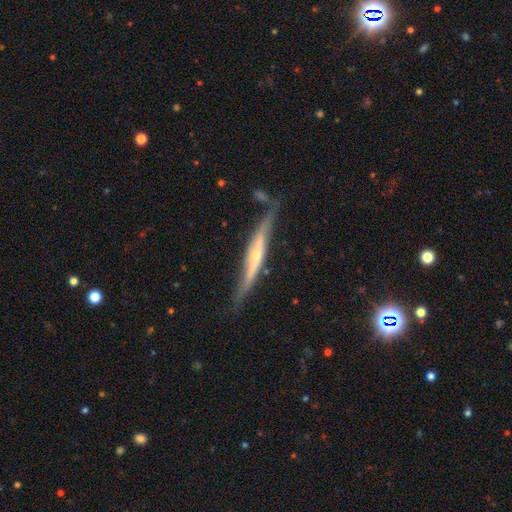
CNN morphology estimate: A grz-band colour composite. It shows a featured or disk galaxy (74%) viewed edge-on (91%) with a rounded central bulge (72%). Merging: none (70%).